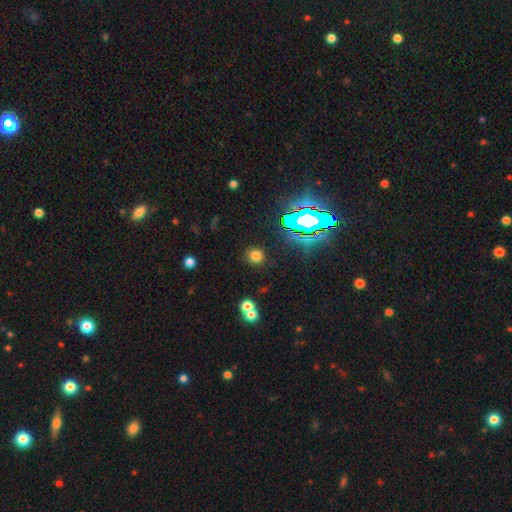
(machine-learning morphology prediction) Overall: smooth (72%). How rounded: round (90%). Merging: none (85%).